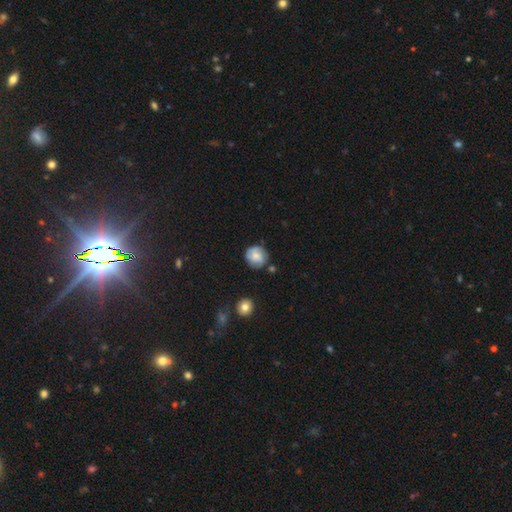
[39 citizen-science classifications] smooth_or_featured: smooth (p=0.72) [alt: featured or disk p=0.23]
how_rounded: round (p=0.96) [alt: in between p=0.04]
merging: none (p=0.73) [alt: minor disturbance p=0.16]